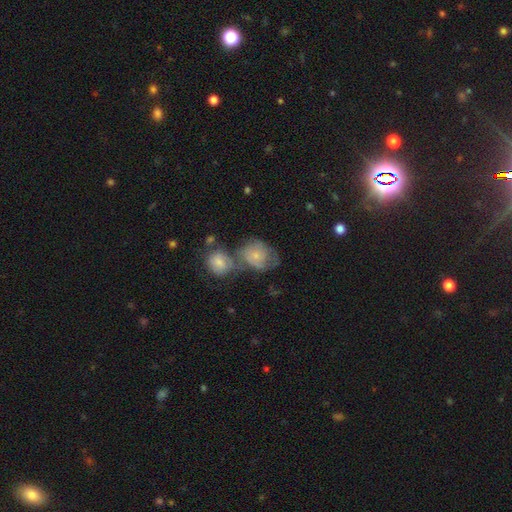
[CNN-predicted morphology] Smooth or featured? Predicted: smooth (p=0.53). How rounded? Predicted: round (p=0.61). Merging? Predicted: merger (p=0.46).